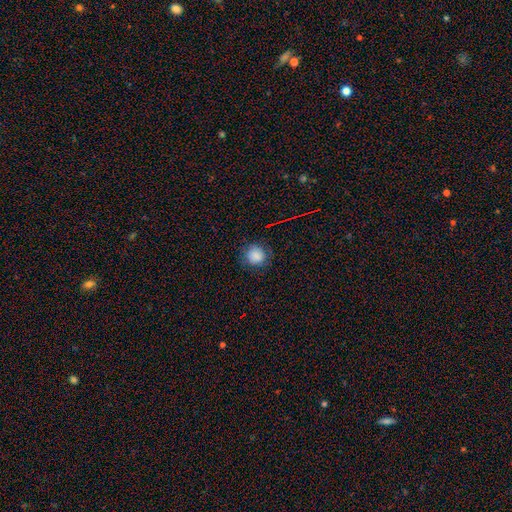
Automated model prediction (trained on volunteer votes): This is clearly a smooth galaxy (84%). How rounded: clearly round (86%). Merging: clearly none (82%).